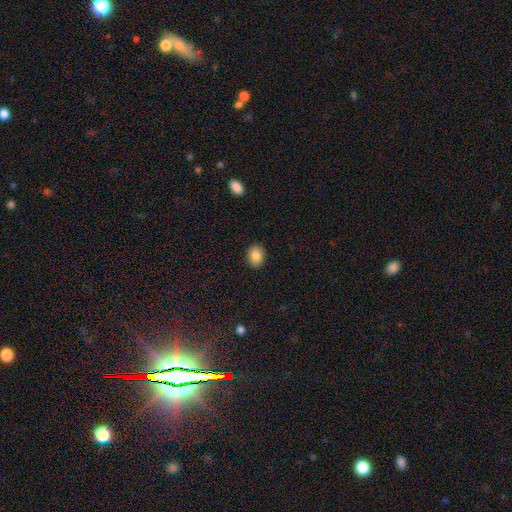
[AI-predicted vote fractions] Overall: smooth (86%). How rounded: in between (57%; round 42%). Merging: none (90%).